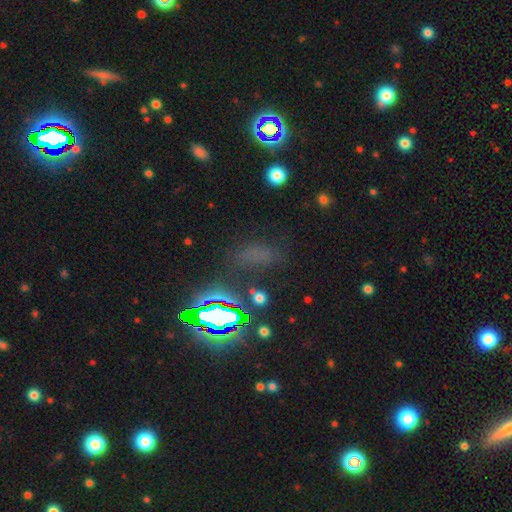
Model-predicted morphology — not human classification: This appears to be a star or artifact, not a galaxy (57%).